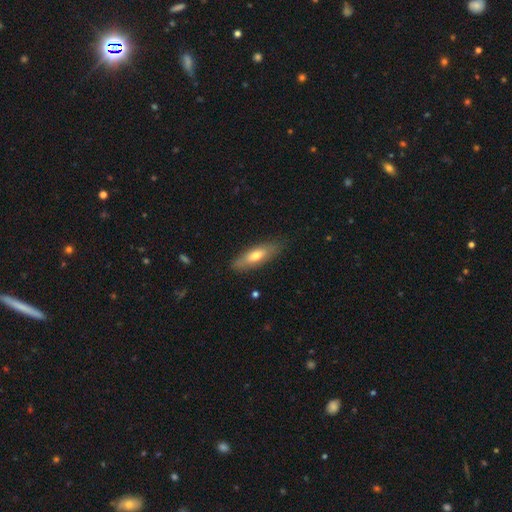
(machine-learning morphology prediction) The model was most divided on "how rounded": in between: 50%, cigar-shaped: 48%, round: 2%. More confident: merging — none (82%); smooth or featured — smooth (65%).